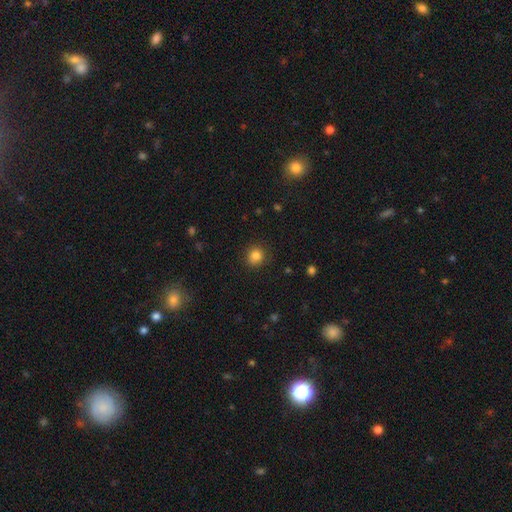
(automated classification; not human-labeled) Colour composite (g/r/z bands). It shows a smooth galaxy with no disk features (83%) that is round (86%). Merging: none (85%).